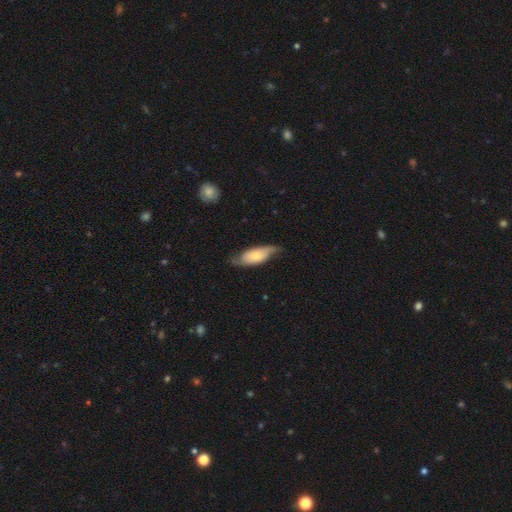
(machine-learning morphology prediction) This is possibly a smooth galaxy (53%). How rounded: likely in between (77%). Merging: possibly none (59%).